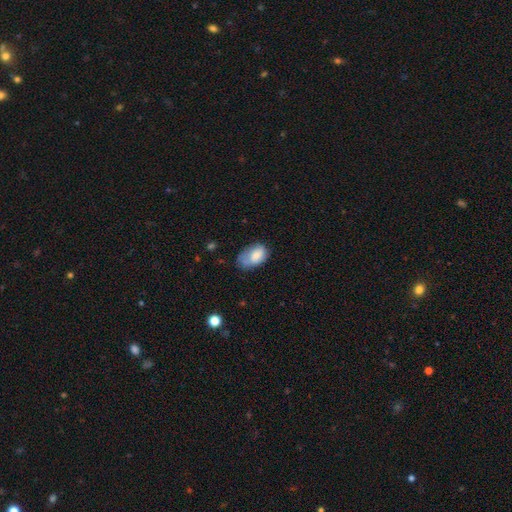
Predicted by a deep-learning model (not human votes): This is likely a smooth galaxy (76%). How rounded: clearly in between (91%). Merging: possibly none (45%).